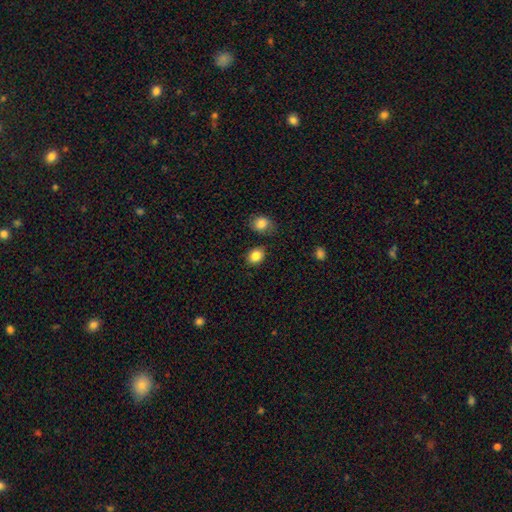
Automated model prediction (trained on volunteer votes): smooth-or-featured: smooth: 85% | star or artifact: 9% | featured or disk: 6%
  how-rounded: round: 50% | in between: 49% | cigar-shaped: 1%
  merging: none: 78% | minor disturbance: 12% | merger: 6% | major disturbance: 3%